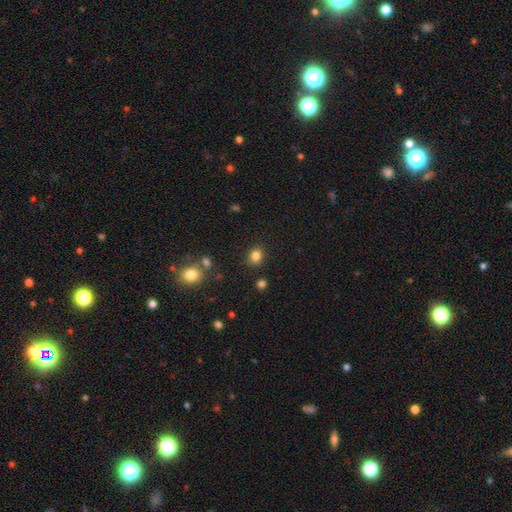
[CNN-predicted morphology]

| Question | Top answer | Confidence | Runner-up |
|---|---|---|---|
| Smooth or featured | smooth | 82% | star or artifact (12%) |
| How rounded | round | 68% | in between (31%) |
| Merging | none | 84% | minor disturbance (10%) |